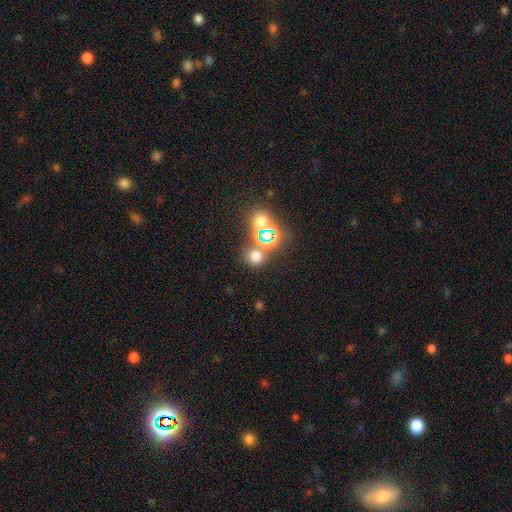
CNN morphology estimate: smooth-or-featured: smooth: 56% | star or artifact: 37% | featured or disk: 7%
  how-rounded: round: 81% | in between: 18% | cigar-shaped: 1%
  merging: none: 70% | merger: 17% | minor disturbance: 9% | major disturbance: 4%